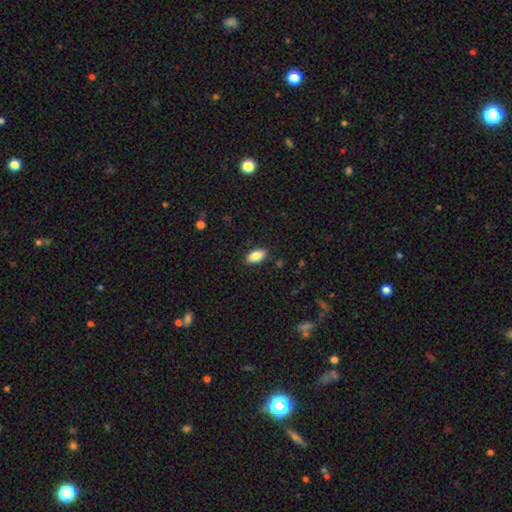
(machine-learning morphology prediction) smooth_or_featured: smooth (p=0.85) [alt: featured or disk p=0.08]
how_rounded: in between (p=0.90) [alt: cigar-shaped p=0.07]
merging: none (p=0.88) [alt: minor disturbance p=0.09]